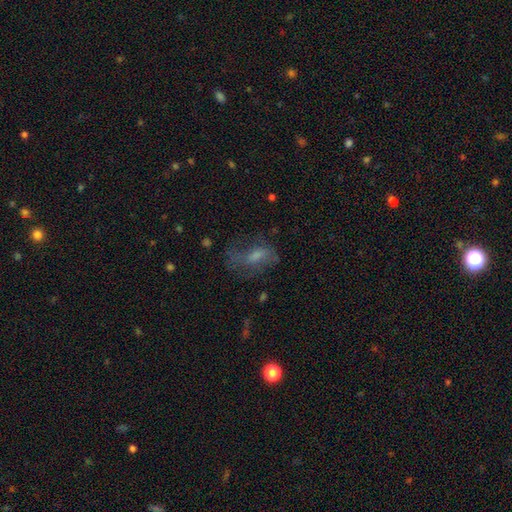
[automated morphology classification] Smooth or featured: featured or disk — 47% (smooth — 33%)
Merging: none — 55% (major disturbance — 22%)